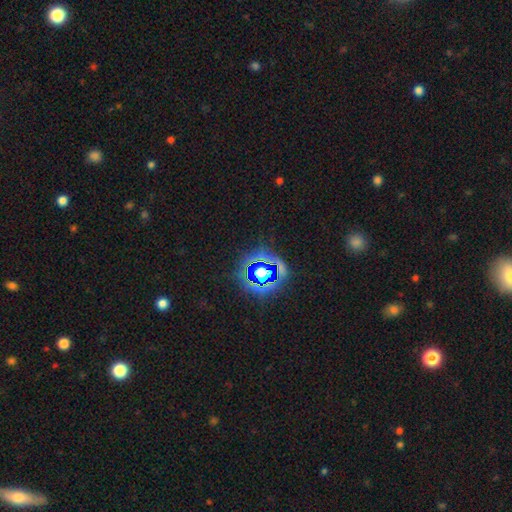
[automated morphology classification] Smooth or featured? Predicted: star or artifact (p=0.80).